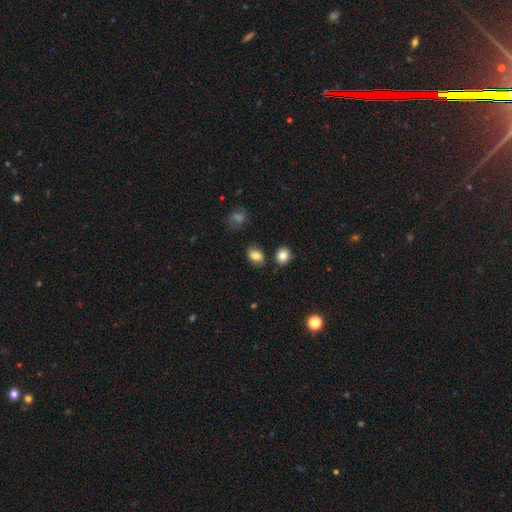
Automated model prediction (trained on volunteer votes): smooth_or_featured: smooth (p=0.81) [alt: star or artifact p=0.10]
how_rounded: in between (p=0.76) [alt: round p=0.22]
merging: none (p=0.78) [alt: minor disturbance p=0.13]